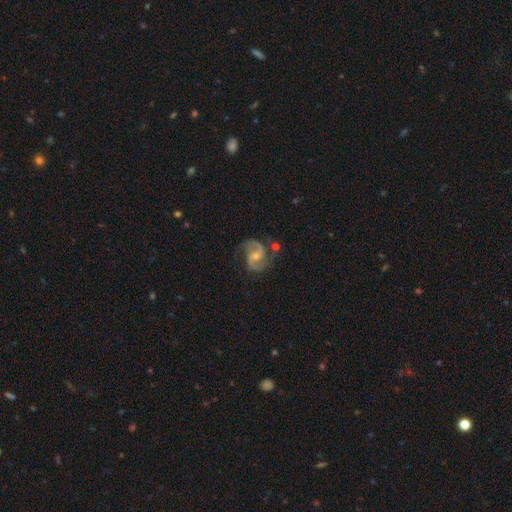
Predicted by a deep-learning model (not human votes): smooth-or-featured: featured or disk: 89% | smooth: 6% | star or artifact: 5%
  disk-edge-on: no: 98% | yes: 2%
    bar: weak: 47% | no: 42% | strong: 11%
    has-spiral-arms: yes: 97% | no: 3%
      spiral-winding: medium: 60% | loose: 25% | tight: 15%
      spiral-arm-count: 2: 92% | can't tell: 2% | 3: 2% | 1: 1% | 4: 1% | more than 4: 1%
    bulge-size: small: 50% | moderate: 43% | none: 4% | large: 2% | dominant: 1%
  merging: none: 68% | minor disturbance: 18% | major disturbance: 8% | merger: 5%